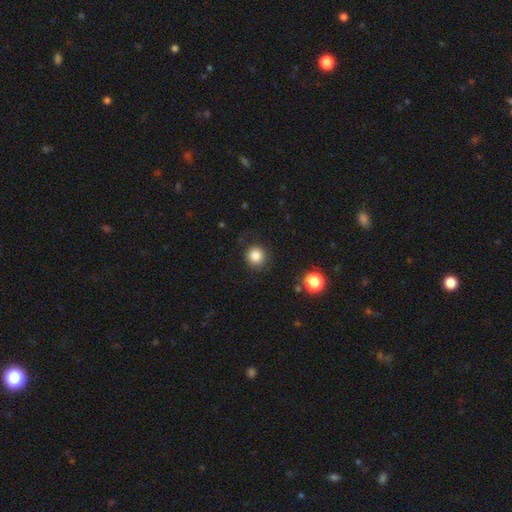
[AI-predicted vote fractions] Smooth or featured? smooth (84%)
How rounded? round (93%)
Merging? none (89%)